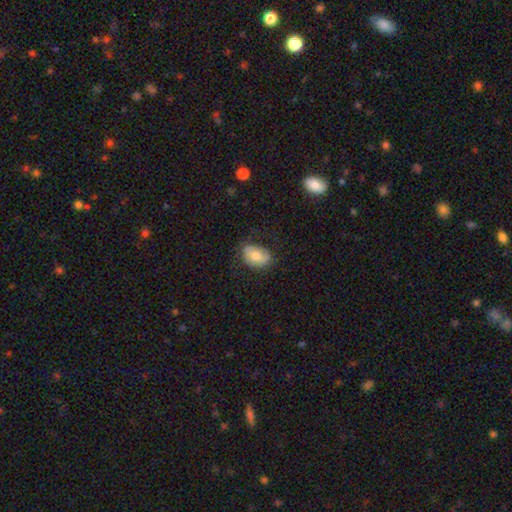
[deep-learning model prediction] Morphology: type=smooth (69%); roundness=in between (78%); merging=none (70%).